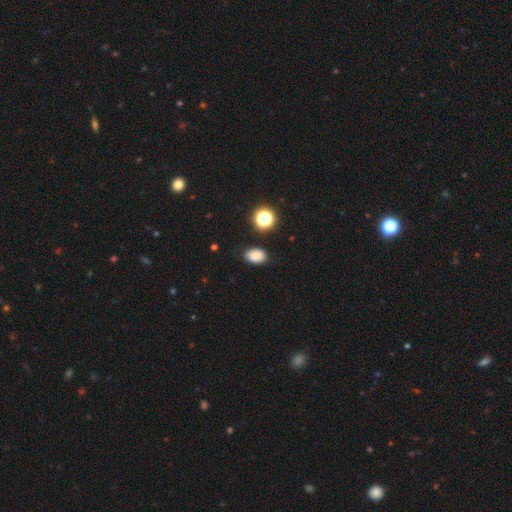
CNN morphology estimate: Smooth or featured: smooth — 83% (star or artifact — 12%)
How rounded: in between — 83% (round — 15%)
Merging: none — 84% (minor disturbance — 11%)